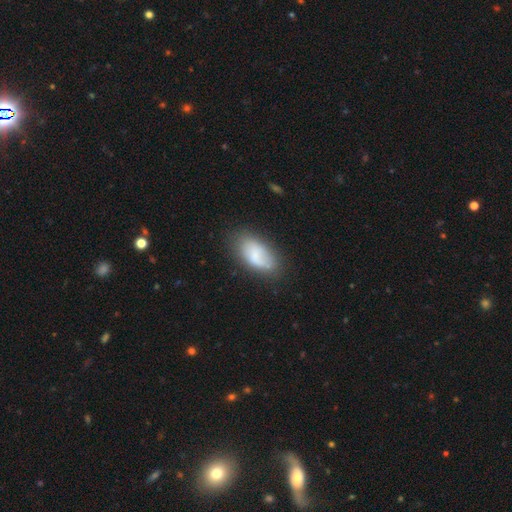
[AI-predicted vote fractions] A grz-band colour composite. It shows a smooth galaxy with no disk features (71%) that is in between round and cigar-shaped (92%). Merging: none (62%).